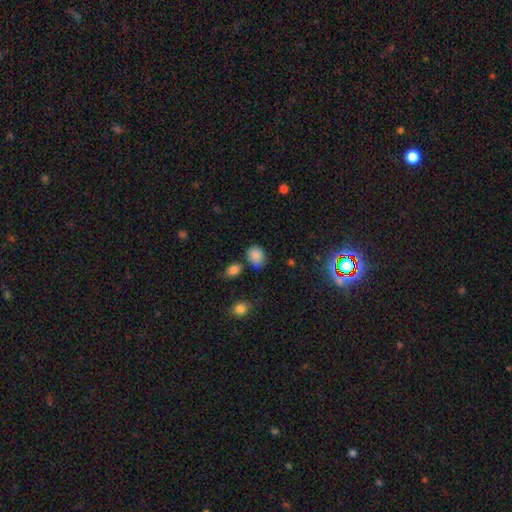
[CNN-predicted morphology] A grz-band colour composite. It shows a smooth galaxy with no disk features (85%) that is in between round and cigar-shaped (54%). Merging: none (63%).